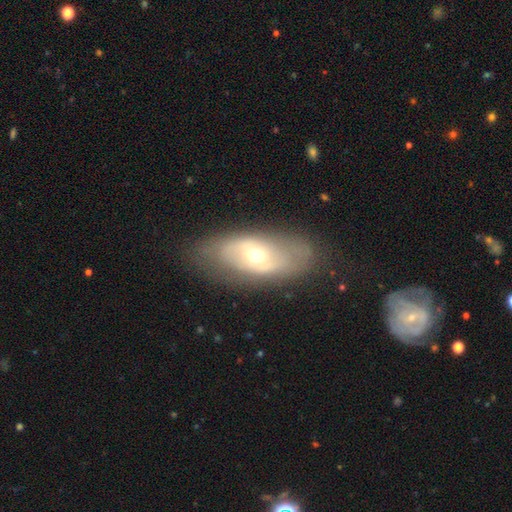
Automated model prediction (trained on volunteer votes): Smooth or featured?
  - featured or disk: 56% *
  - smooth: 36%
  - star or artifact: 8%
Edge-on disk?
  - no: 86% *
  - yes: 14%
Merging?
  - none: 75% *
  - minor disturbance: 16%
  - major disturbance: 7%
  - merger: 1%